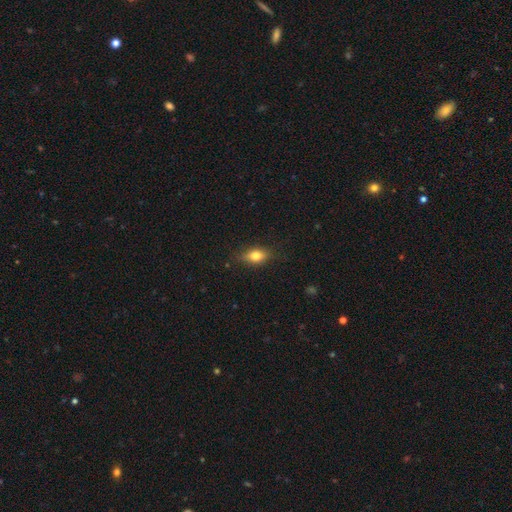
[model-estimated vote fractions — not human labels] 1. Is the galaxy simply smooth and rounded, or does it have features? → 76% smooth, 15% featured or disk, 9% star or artifact.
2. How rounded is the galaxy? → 80% in between, 11% round, 9% cigar-shaped.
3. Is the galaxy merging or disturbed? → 81% none, 15% minor disturbance, 3% major disturbance, 1% merger.